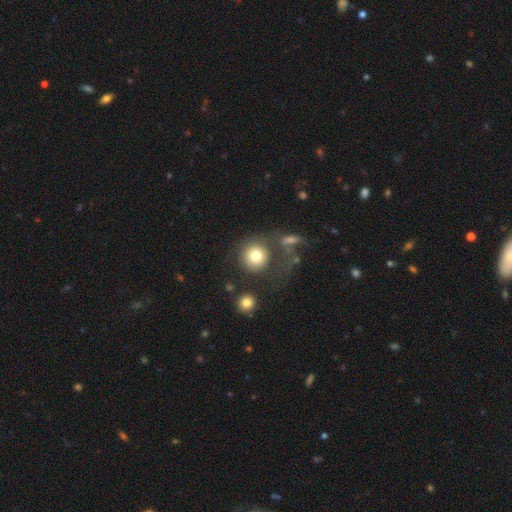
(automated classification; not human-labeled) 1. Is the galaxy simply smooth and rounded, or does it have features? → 78% smooth, 12% featured or disk, 10% star or artifact.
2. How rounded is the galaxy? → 92% round, 7% in between, 1% cigar-shaped.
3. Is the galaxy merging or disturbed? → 62% none, 13% minor disturbance, 13% major disturbance, 11% merger.